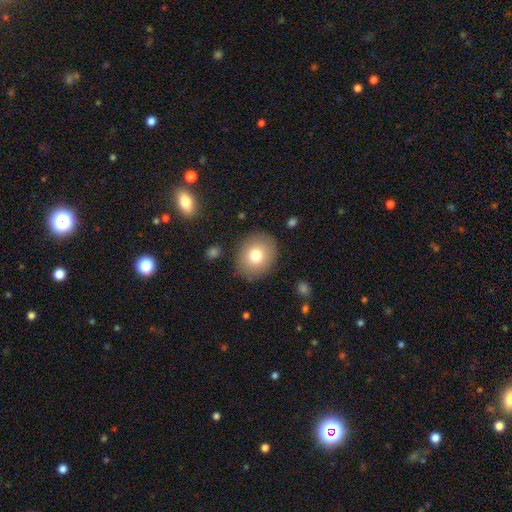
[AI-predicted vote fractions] smooth 76%, featured or disk 15%, star or artifact 10%. Down the decision tree: how rounded — round (69%); merging — none (86%).